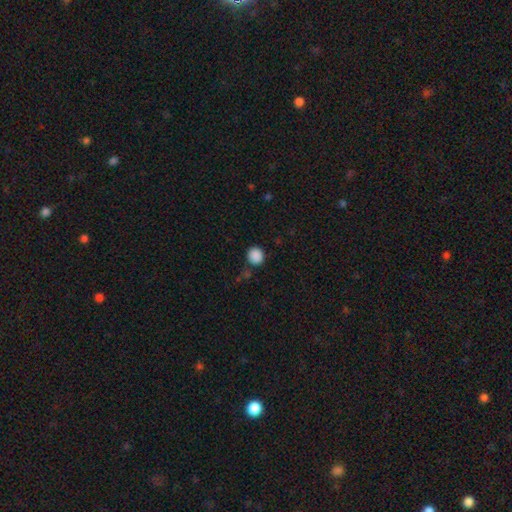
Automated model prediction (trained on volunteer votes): A smooth galaxy with no disk features (88%) that is round (83%).

Vote fractions:
- Smooth or featured? smooth: 88% / star or artifact: 9% / featured or disk: 2%
- How rounded? round: 83% / in between: 16% / cigar-shaped: 1%
- Merging? none: 84% / minor disturbance: 9% / merger: 4% / major disturbance: 3%